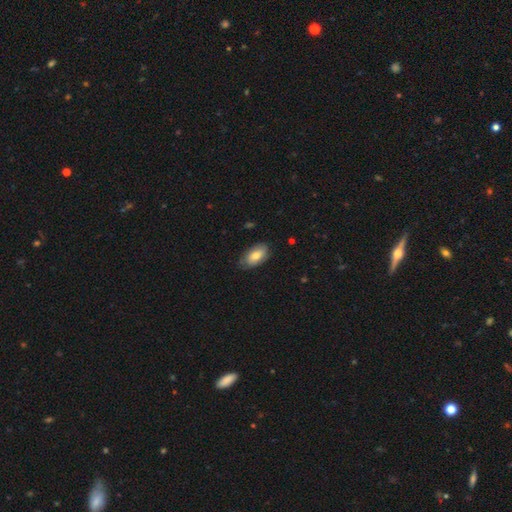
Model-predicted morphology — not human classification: Smooth or featured? smooth (76%)
How rounded? in between (93%)
Merging? none (76%)